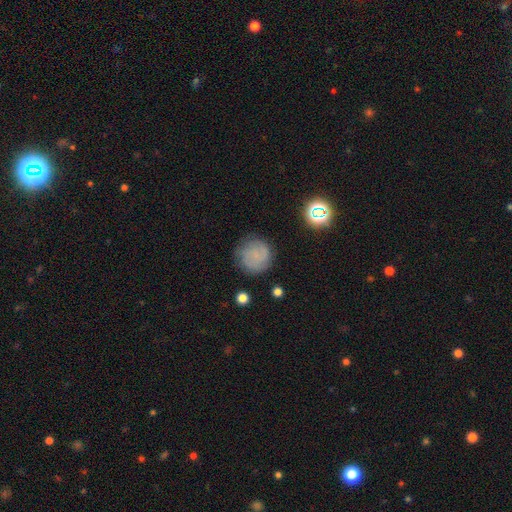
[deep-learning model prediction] A smooth galaxy with no disk features (65%) that is round (92%).

Vote fractions:
- Smooth or featured? smooth: 65% / featured or disk: 24% / star or artifact: 11%
- How rounded? round: 92% / in between: 7% / cigar-shaped: 1%
- Merging? none: 76% / minor disturbance: 16% / major disturbance: 6% / merger: 2%